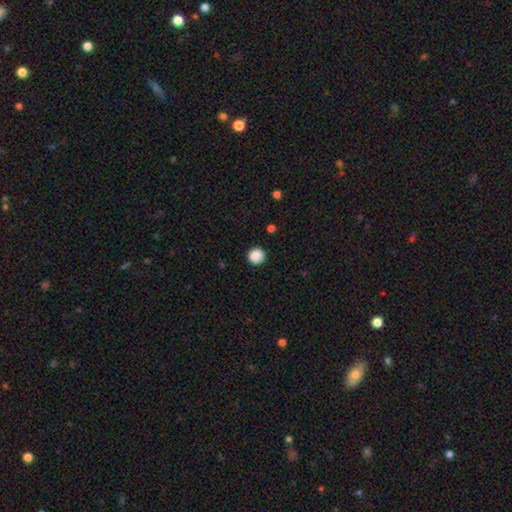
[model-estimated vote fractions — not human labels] smooth_or_featured: smooth (p=0.88) [alt: star or artifact p=0.09]
how_rounded: round (p=0.94) [alt: in between p=0.05]
merging: none (p=0.91) [alt: minor disturbance p=0.06]